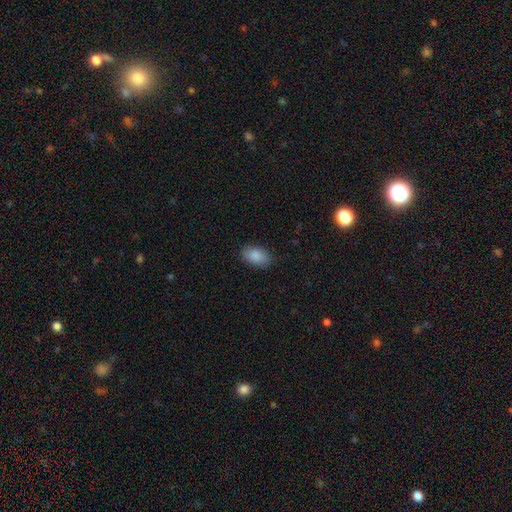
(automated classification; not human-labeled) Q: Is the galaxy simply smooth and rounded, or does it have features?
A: smooth — 89%.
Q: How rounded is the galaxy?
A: in between — 93%.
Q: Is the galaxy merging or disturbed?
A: none — 85%.